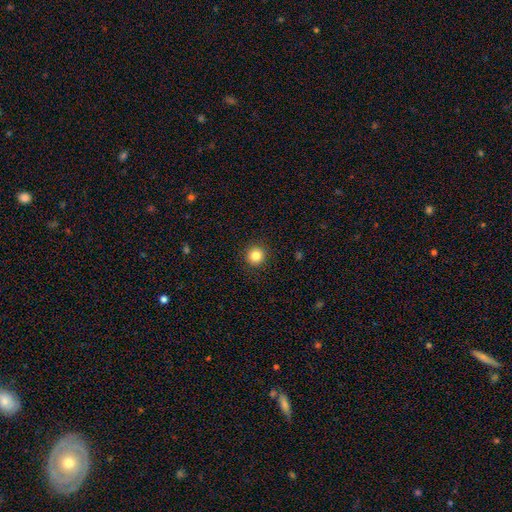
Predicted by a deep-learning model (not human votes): Smooth or featured?
  - smooth: 84% *
  - star or artifact: 11%
  - featured or disk: 5%
How rounded?
  - round: 94% *
  - in between: 5%
  - cigar-shaped: 1%
Merging?
  - none: 92% *
  - minor disturbance: 5%
  - major disturbance: 2%
  - merger: 1%